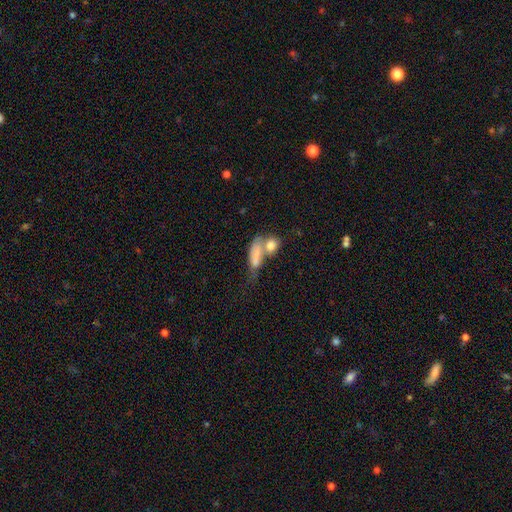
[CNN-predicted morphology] A smooth galaxy with no disk features (74%) that is in between round and cigar-shaped (68%). Merging: merger (56%).